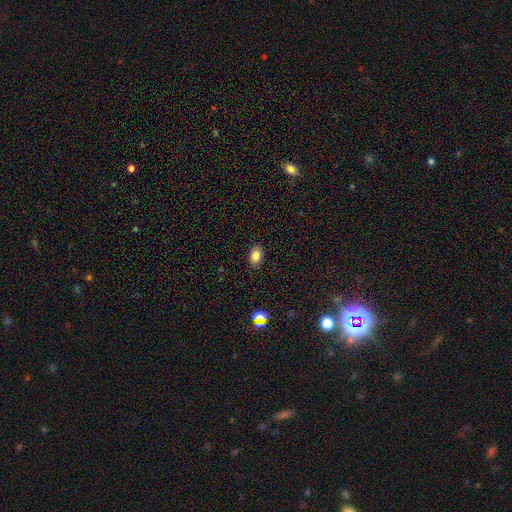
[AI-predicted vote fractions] smooth-or-featured: smooth: 82% | star or artifact: 10% | featured or disk: 8%
  how-rounded: in between: 82% | round: 17% | cigar-shaped: 1%
  merging: none: 88% | minor disturbance: 9% | major disturbance: 2% | merger: 1%